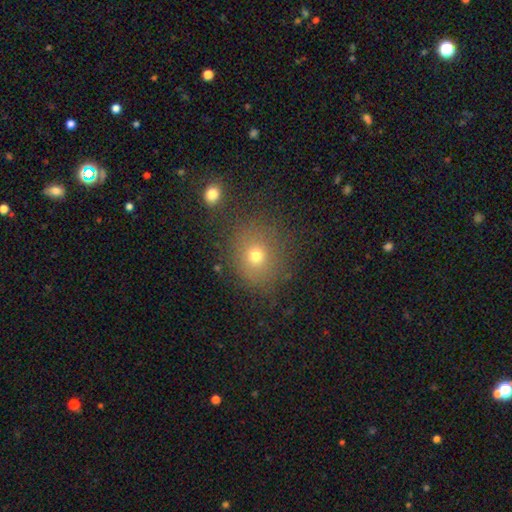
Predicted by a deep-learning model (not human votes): The model was most divided on "smooth or featured": smooth: 70%, star or artifact: 18%, featured or disk: 12%. More confident: merging — none (79%); how rounded — round (76%).